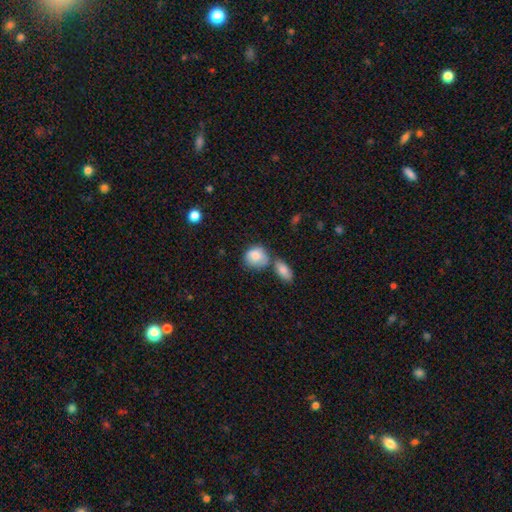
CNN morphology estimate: Q: Smooth or featured?
A: smooth (82%); runner-up: featured or disk (11%)
Q: How rounded?
A: round (68%); runner-up: in between (31%)
Q: Merging?
A: none (47%); runner-up: merger (28%)